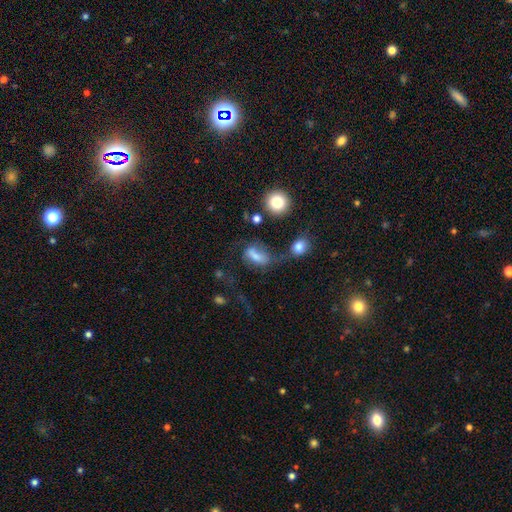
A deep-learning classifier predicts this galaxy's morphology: smooth_or_featured: smooth (p=0.63) [alt: featured or disk p=0.22]
how_rounded: in between (p=0.76) [alt: round p=0.16]
merging: none (p=0.31) [alt: major disturbance p=0.30]